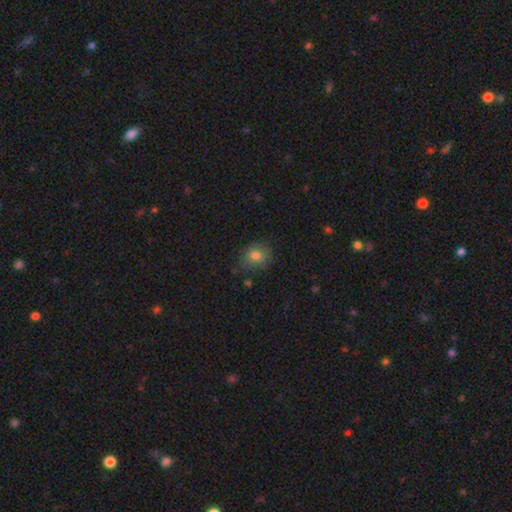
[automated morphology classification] A smooth galaxy with no disk features (80%) that is round (64%).

Vote fractions:
- Smooth or featured? smooth: 80% / star or artifact: 11% / featured or disk: 9%
- How rounded? round: 64% / in between: 35% / cigar-shaped: 1%
- Merging? none: 75% / minor disturbance: 18% / major disturbance: 5% / merger: 2%